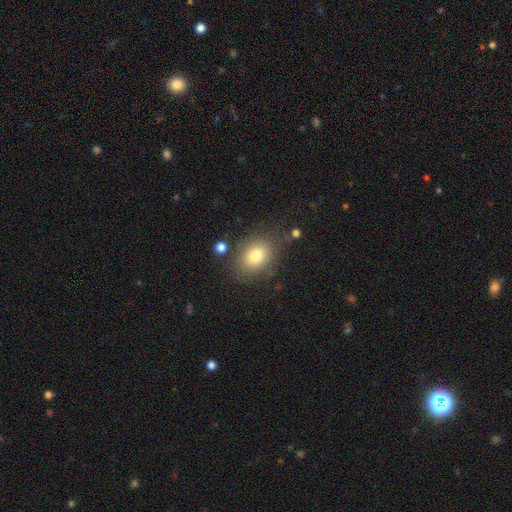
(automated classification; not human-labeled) This is likely a smooth galaxy (79%). How rounded: likely in between (64%). Merging: likely none (77%).